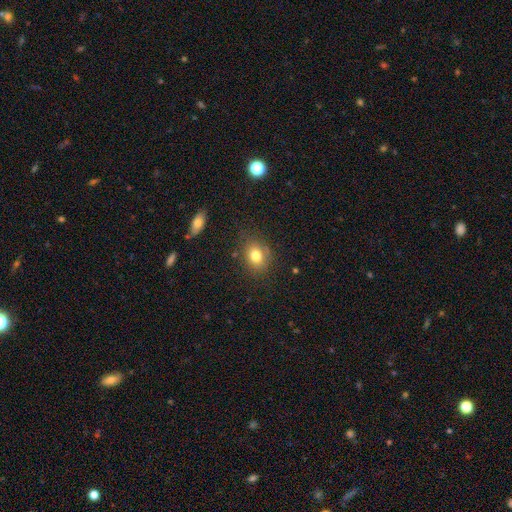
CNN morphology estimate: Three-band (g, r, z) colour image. It shows a smooth galaxy with no disk features (78%) that is in between round and cigar-shaped (55%). Merging: none (76%).